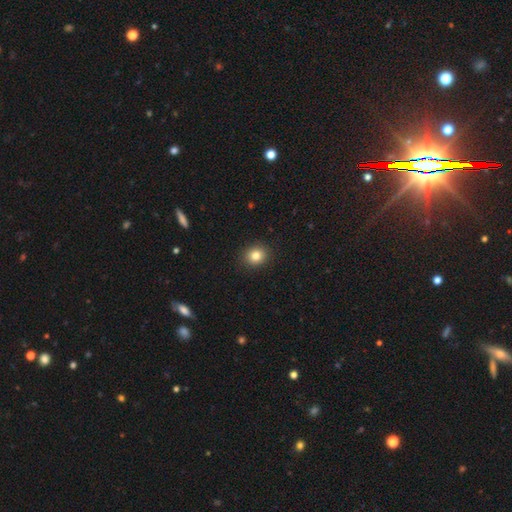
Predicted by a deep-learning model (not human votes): A smooth galaxy with no disk features (83%) that is round (75%). Merging: none (91%).